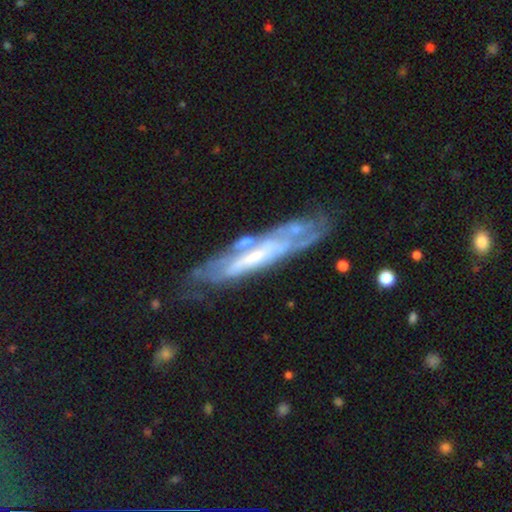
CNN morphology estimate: Smooth or featured? Predicted: featured or disk (p=0.73). Edge-on disk? Predicted: no (p=0.54). Merging? Predicted: none (p=0.58).